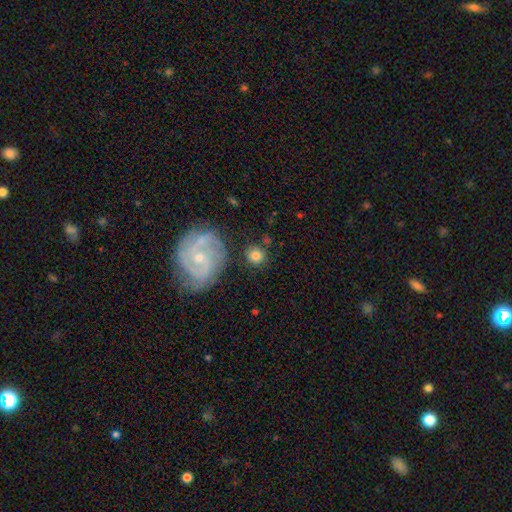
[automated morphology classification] Smooth or featured?
  - smooth: 75% *
  - featured or disk: 17%
  - star or artifact: 8%
How rounded?
  - round: 88% *
  - in between: 11%
  - cigar-shaped: 1%
Merging?
  - none: 80% *
  - minor disturbance: 10%
  - merger: 6%
  - major disturbance: 4%